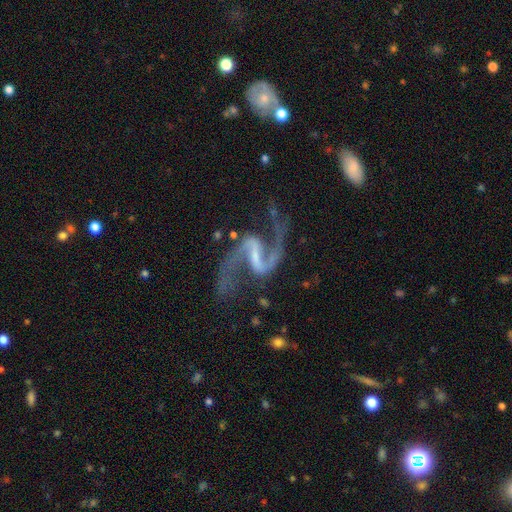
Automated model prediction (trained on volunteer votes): A featured or disk galaxy (93%) with a strong bar (48%), 2 (95%) loose (66%) spiral arms (98%) and a small central bulge (49%).

Vote fractions:
- Smooth or featured? featured or disk: 93% / star or artifact: 5% / smooth: 3%
- Edge-on disk? no: 98% / yes: 2%
- Bar? strong: 48% / weak: 41% / no: 11%
- Spiral arms? yes: 98% / no: 2%
- Spiral winding? loose: 66% / medium: 29% / tight: 5%
- Spiral arm count? 2: 95% / 1: 1% / can't tell: 1% / 3: 1% / 4: 1% / more than 4: 1%
- Bulge size? small: 49% / none: 29% / moderate: 18% / large: 3% / dominant: 1%
- Merging? none: 72% / minor disturbance: 14% / major disturbance: 11% / merger: 3%